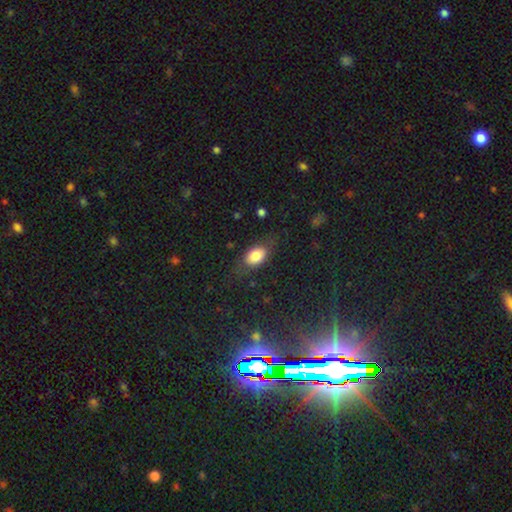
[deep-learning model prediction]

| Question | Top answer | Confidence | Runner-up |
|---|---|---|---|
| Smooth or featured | smooth | 80% | featured or disk (11%) |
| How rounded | in between | 85% | round (11%) |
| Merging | none | 72% | minor disturbance (19%) |